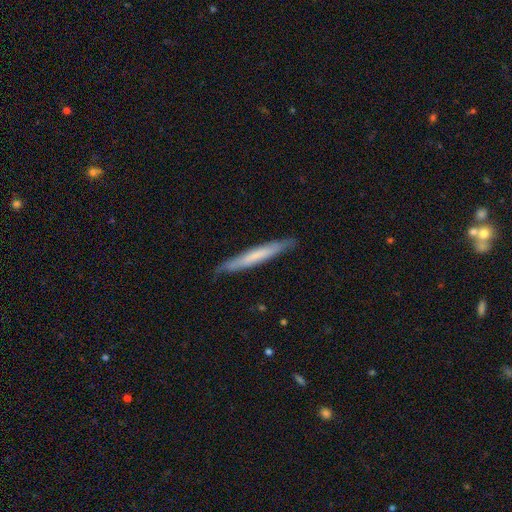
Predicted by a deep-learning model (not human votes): Overall: smooth (57%; featured or disk 38%). How rounded: cigar-shaped (96%). Merging: none (86%).